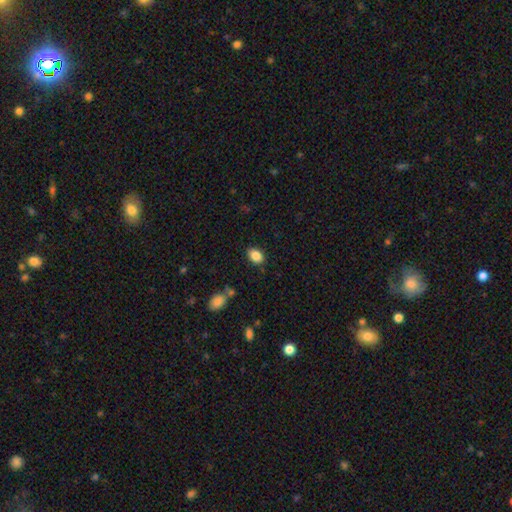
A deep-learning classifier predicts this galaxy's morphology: Overall: smooth (86%). How rounded: in between (81%). Merging: none (84%).